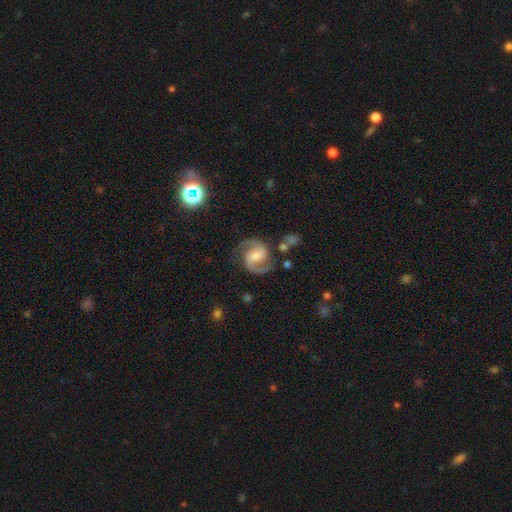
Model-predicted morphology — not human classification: This appears to be a featured or disk galaxy (90%) with a weak bar (49%), 2 (94%) medium (62%) spiral arms (98%) and a moderate central bulge (49%). Merging: none (79%).